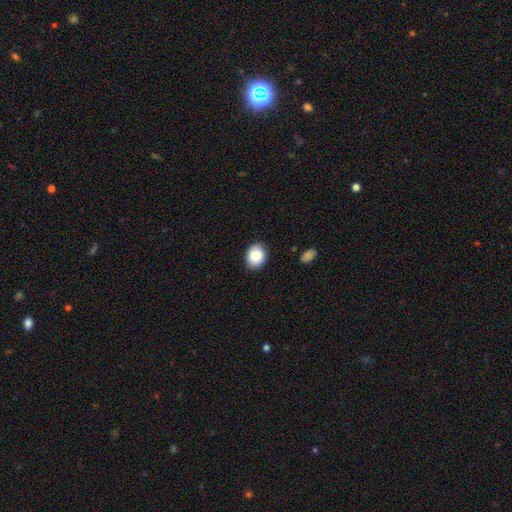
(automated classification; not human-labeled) Smooth or featured? smooth (88%)
How rounded? in between (58%)
Merging? none (86%)